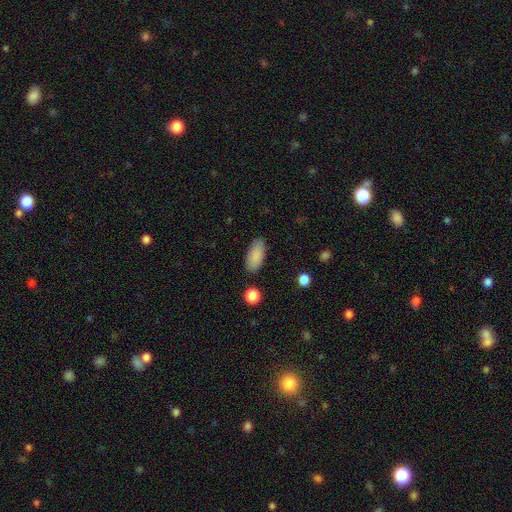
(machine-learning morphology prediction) type=smooth (88%); roundness=in between (90%); merging=none (85%).